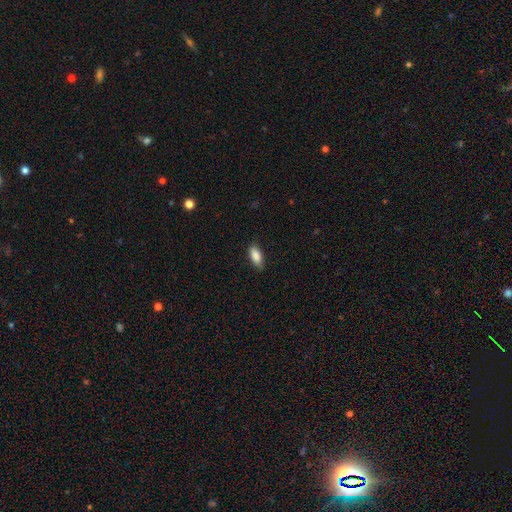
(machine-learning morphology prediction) Smooth or featured: smooth — 88% (star or artifact — 7%)
How rounded: in between — 84% (cigar-shaped — 14%)
Merging: none — 78% (minor disturbance — 18%)